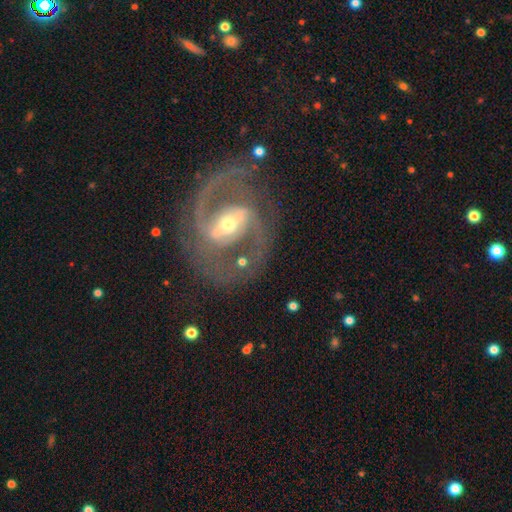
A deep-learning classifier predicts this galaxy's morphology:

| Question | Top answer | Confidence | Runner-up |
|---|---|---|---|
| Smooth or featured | featured or disk | 91% | star or artifact (6%) |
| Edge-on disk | no | 97% | yes (3%) |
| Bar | strong | 50% | weak (36%) |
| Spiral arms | yes | 97% | no (3%) |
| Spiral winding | medium | 60% | tight (25%) |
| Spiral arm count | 2 | 91% | can't tell (3%) |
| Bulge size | moderate | 48% | small (46%) |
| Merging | none | 74% | minor disturbance (14%) |